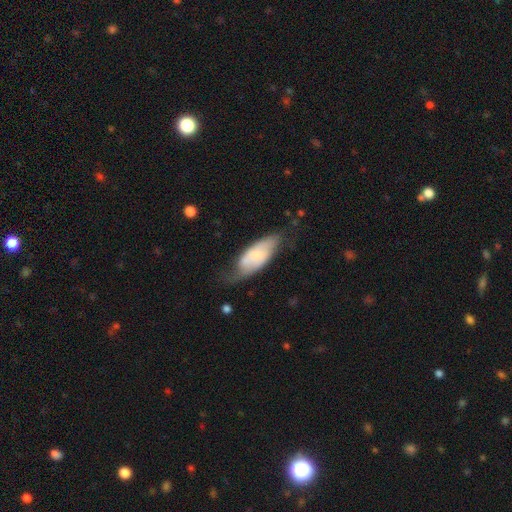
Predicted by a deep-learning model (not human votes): Smooth or featured? Predicted: smooth (p=0.53). How rounded? Predicted: in between (p=0.81). Merging? Predicted: none (p=0.49).